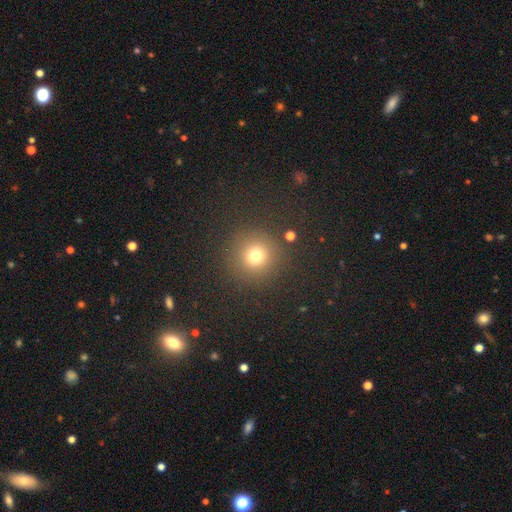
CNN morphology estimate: The model was most divided on "smooth or featured": smooth: 74%, star or artifact: 19%, featured or disk: 7%. More confident: how rounded — round (94%); merging — none (88%).